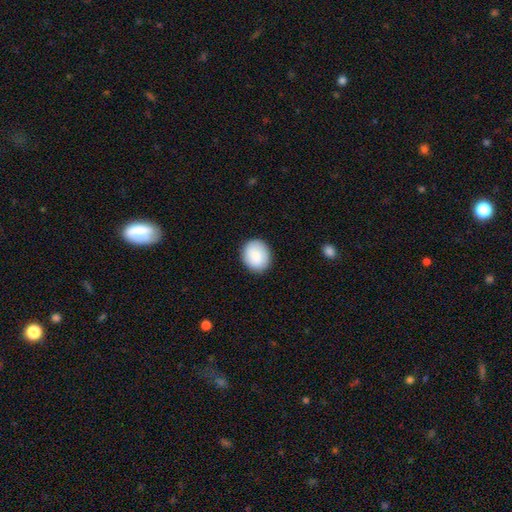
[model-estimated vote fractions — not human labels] Smooth or featured? smooth (86%)
How rounded? round (70%)
Merging? none (88%)